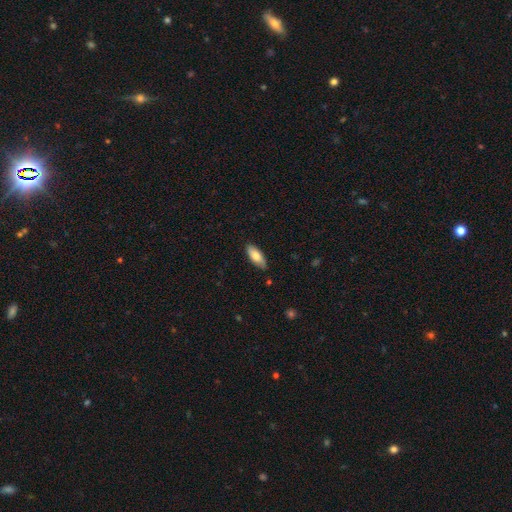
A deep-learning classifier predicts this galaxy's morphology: Smooth or featured? smooth (79%)
How rounded? in between (79%)
Merging? none (83%)